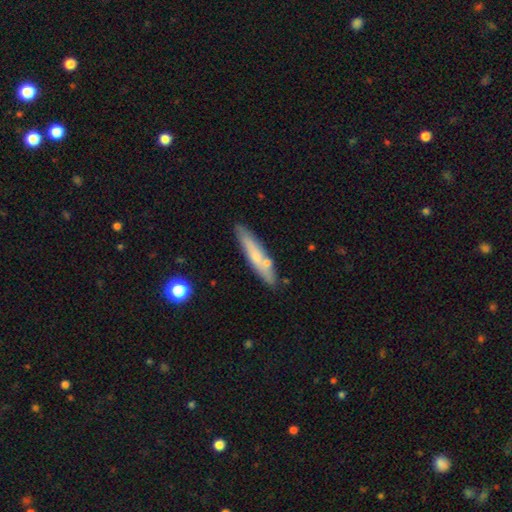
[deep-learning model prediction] Smooth or featured: smooth — 60% (featured or disk — 33%)
How rounded: cigar-shaped — 87% (in between — 11%)
Merging: none — 77% (minor disturbance — 13%)